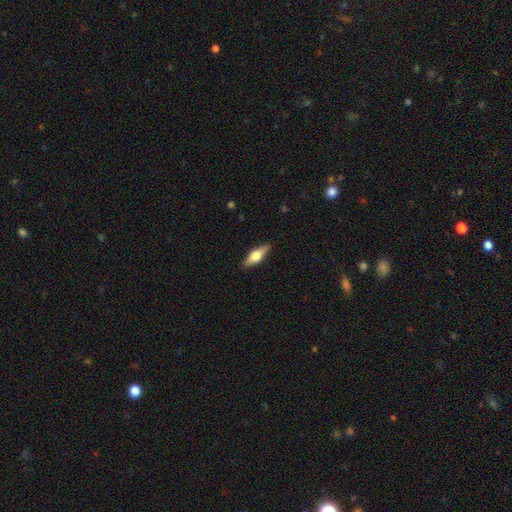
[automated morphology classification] The model was most divided on "smooth or featured": featured or disk: 50%, smooth: 44%, star or artifact: 6%. More confident: merging — none (88%).